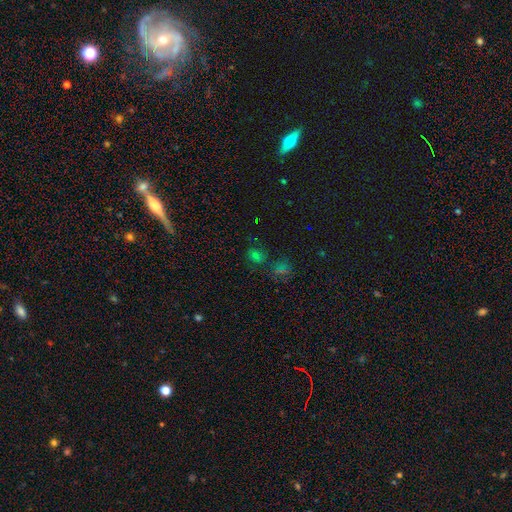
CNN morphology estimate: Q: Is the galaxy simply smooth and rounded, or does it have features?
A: smooth — 54%.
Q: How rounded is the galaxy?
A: round — 53%.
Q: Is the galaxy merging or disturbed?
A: none — 66%.